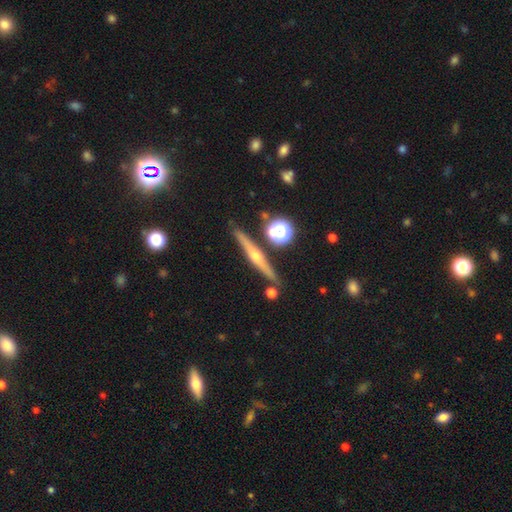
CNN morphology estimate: This is likely a featured or disk galaxy (74%). It is clearly viewed edge-on (97%). Edge-on bulge: clearly rounded (88%). Merging: clearly none (87%).